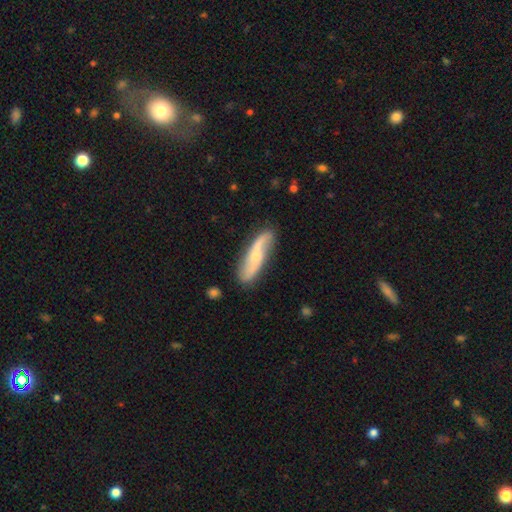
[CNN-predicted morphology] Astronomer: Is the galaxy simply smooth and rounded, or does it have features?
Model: featured or disk — 71%.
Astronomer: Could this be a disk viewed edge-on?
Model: no — 78%.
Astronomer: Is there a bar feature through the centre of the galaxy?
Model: no — 58%.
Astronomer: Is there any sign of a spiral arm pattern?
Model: yes — 92%.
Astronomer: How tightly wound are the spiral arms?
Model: loose — 77%.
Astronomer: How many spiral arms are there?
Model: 2 — 90%.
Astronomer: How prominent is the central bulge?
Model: small — 53% (runner-up: moderate, 41%).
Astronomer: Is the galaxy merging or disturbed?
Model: none — 81%.